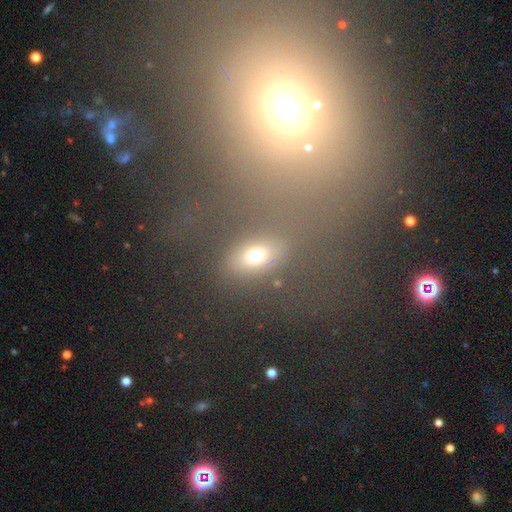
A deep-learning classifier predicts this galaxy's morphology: This is likely a smooth galaxy (65%). How rounded: likely in between (67%). Merging: likely none (79%).